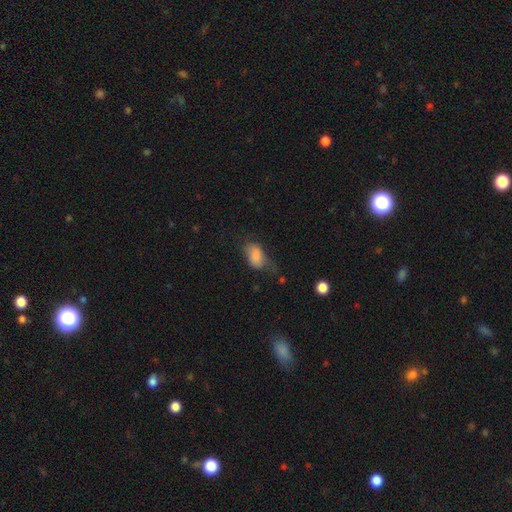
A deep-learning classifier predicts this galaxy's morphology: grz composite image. It shows a smooth galaxy with no disk features (81%) that is in between round and cigar-shaped (87%). Merging: none (40%).